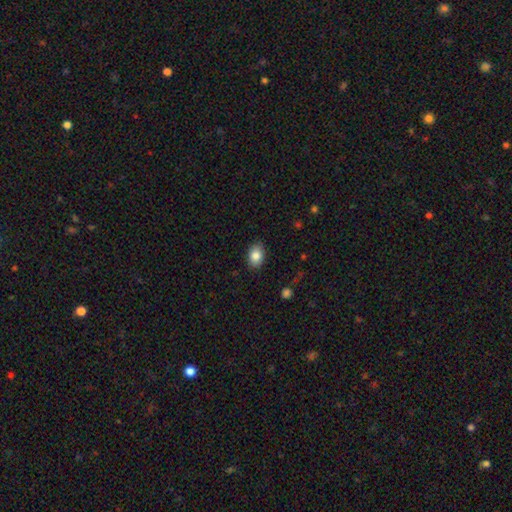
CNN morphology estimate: This is clearly a smooth galaxy (85%). How rounded: clearly in between (82%). Merging: clearly none (87%).